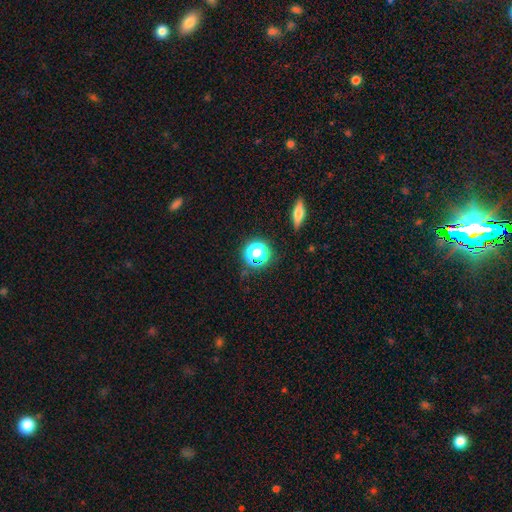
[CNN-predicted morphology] Smooth or featured: star or artifact — 53% (smooth — 36%)